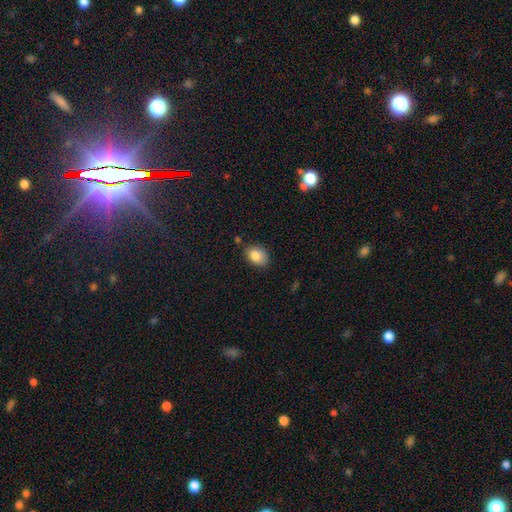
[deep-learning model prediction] Smooth or featured?
  - smooth: 84% *
  - star or artifact: 8%
  - featured or disk: 8%
How rounded?
  - in between: 74% *
  - round: 25%
  - cigar-shaped: 1%
Merging?
  - none: 72% *
  - minor disturbance: 20%
  - merger: 4%
  - major disturbance: 4%